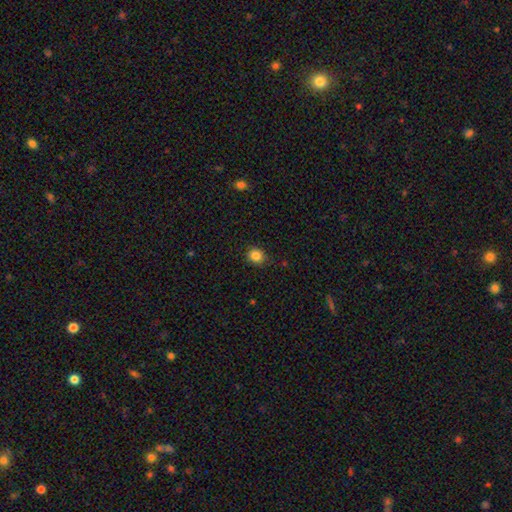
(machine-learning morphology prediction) This is clearly a smooth galaxy (85%). How rounded: likely round (76%). Merging: clearly none (85%).